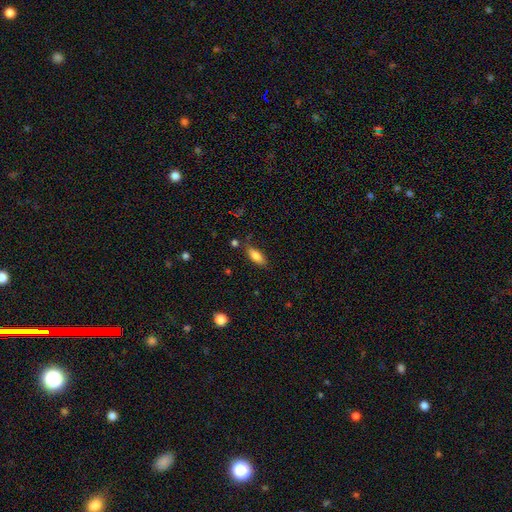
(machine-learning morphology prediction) Smooth or featured?
  - smooth: 81% *
  - featured or disk: 11%
  - star or artifact: 7%
How rounded?
  - in between: 78% *
  - cigar-shaped: 20%
  - round: 2%
Merging?
  - none: 76% *
  - minor disturbance: 16%
  - merger: 4%
  - major disturbance: 4%